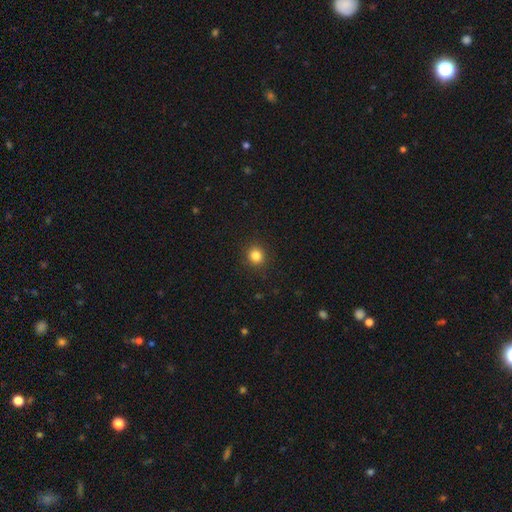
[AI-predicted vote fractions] Smooth or featured: smooth — 84% (star or artifact — 12%)
How rounded: round — 89% (in between — 10%)
Merging: none — 91% (minor disturbance — 6%)